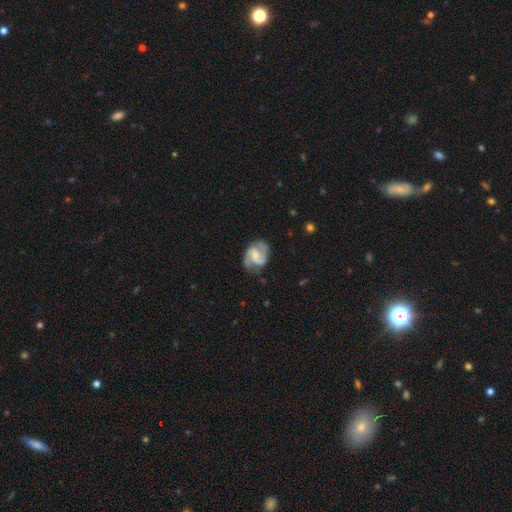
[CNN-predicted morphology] Smooth or featured? featured or disk (80%)
Edge-on disk? no (98%)
Bar? weak (51%)
Spiral arms? yes (95%)
Spiral winding? medium (53%)
Spiral arm count? 2 (88%)
Bulge size? small (44%)
Merging? none (68%)